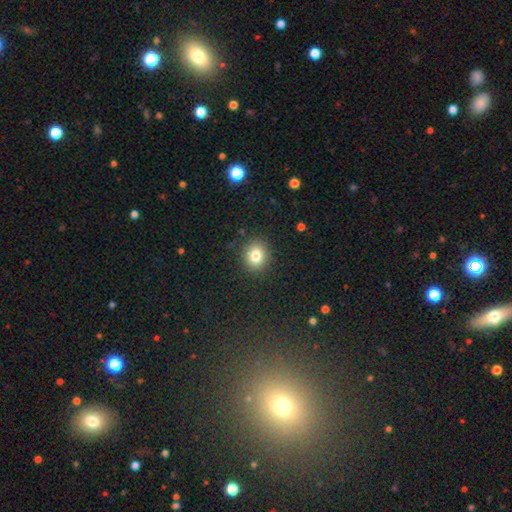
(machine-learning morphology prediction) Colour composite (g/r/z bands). It shows a smooth galaxy with no disk features (80%) that is round (70%). Merging: none (88%).